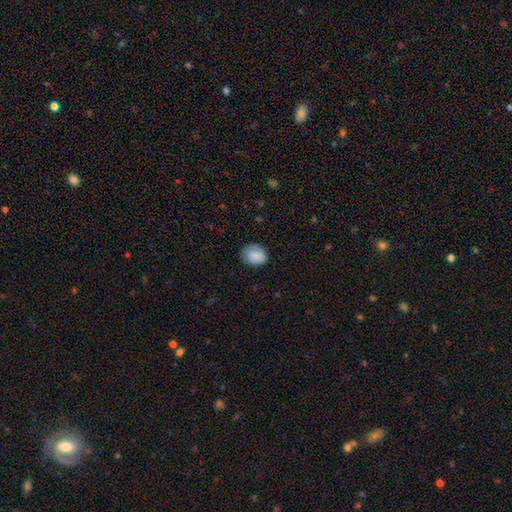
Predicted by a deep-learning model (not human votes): Smooth or featured?
  - smooth: 87% *
  - star or artifact: 7%
  - featured or disk: 6%
How rounded?
  - round: 51% *
  - in between: 48%
  - cigar-shaped: 1%
Merging?
  - none: 79% *
  - minor disturbance: 17%
  - major disturbance: 4%
  - merger: 1%